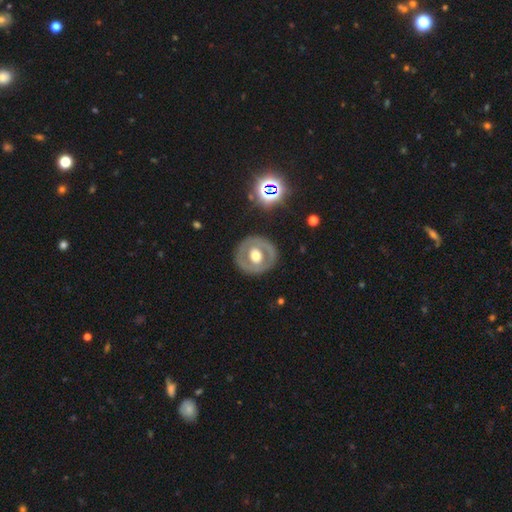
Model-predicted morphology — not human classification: Smooth or featured? featured or disk (58%)
Edge-on disk? no (95%)
Bar? no (74%)
Spiral arms? no (86%)
Bulge size? moderate (59%)
Merging? none (83%)